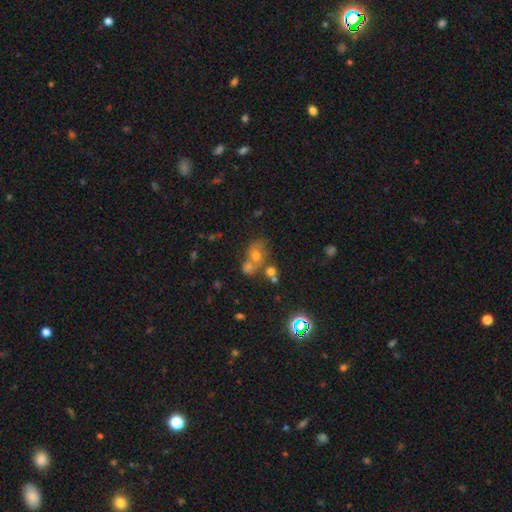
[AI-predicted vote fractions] smooth-or-featured: smooth: 54% | star or artifact: 25% | featured or disk: 22%
  how-rounded: round: 55% | in between: 44% | cigar-shaped: 2%
  merging: merger: 44% | none: 38% | minor disturbance: 11% | major disturbance: 7%